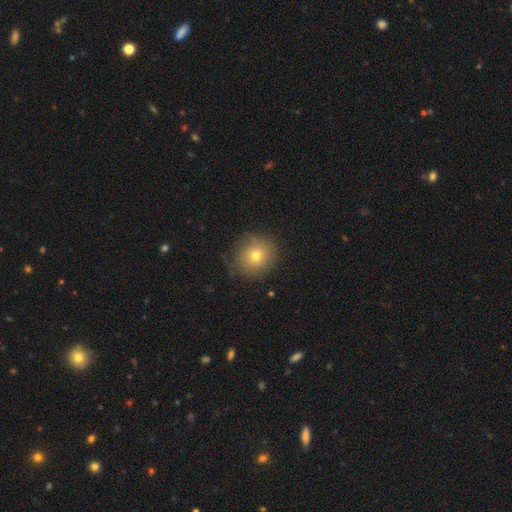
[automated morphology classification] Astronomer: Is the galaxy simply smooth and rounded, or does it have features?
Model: smooth — 72%.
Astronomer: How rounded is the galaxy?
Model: round — 89%.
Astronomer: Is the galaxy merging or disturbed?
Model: none — 81%.